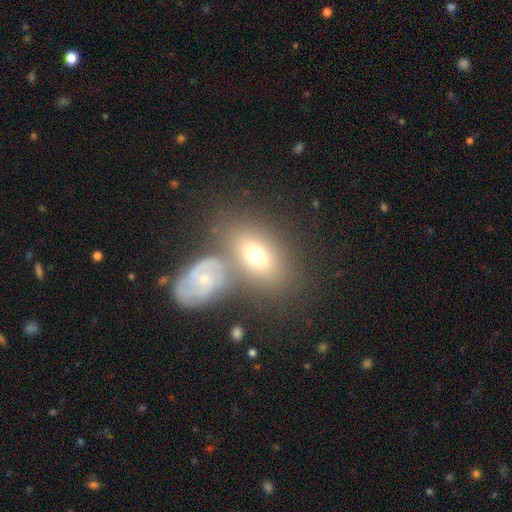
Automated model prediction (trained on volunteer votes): This appears to be a smooth galaxy with no disk features (54%) that is in between round and cigar-shaped (81%). Merging: none (54%).